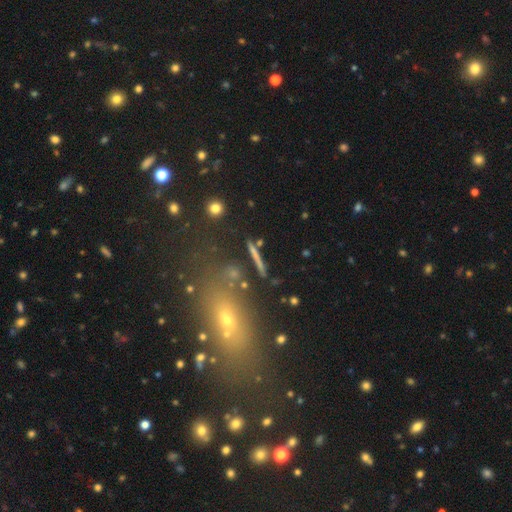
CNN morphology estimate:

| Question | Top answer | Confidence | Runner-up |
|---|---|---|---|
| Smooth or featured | smooth | 49% | featured or disk (36%) |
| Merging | none | 83% | minor disturbance (8%) |